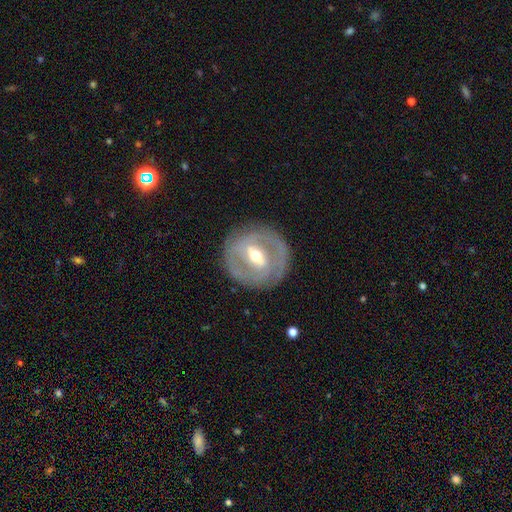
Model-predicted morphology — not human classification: featured or disk 78%, smooth 16%, star or artifact 6%. Down the decision tree: edge-on disk — no (94%); bar — strong (45%); spiral arms — yes (74%); spiral arm count — 2 (59%); spiral winding — tight (57%); bulge size — moderate (67%); merging — none (82%).